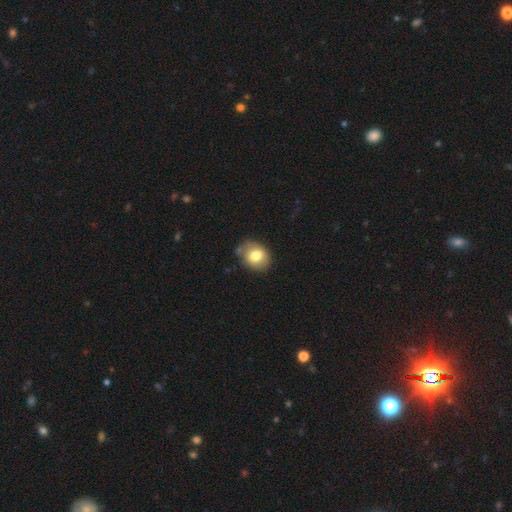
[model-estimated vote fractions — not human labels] Q: Smooth or featured?
A: smooth (75%); runner-up: featured or disk (16%)
Q: How rounded?
A: in between (51%); runner-up: round (49%)
Q: Merging?
A: none (71%); runner-up: minor disturbance (20%)